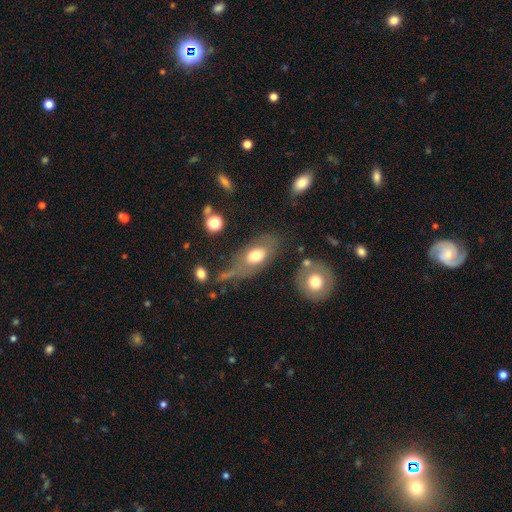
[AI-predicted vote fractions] smooth_or_featured: smooth (p=0.64) [alt: featured or disk p=0.28]
how_rounded: in between (p=0.85) [alt: round p=0.10]
merging: none (p=0.51) [alt: minor disturbance p=0.22]